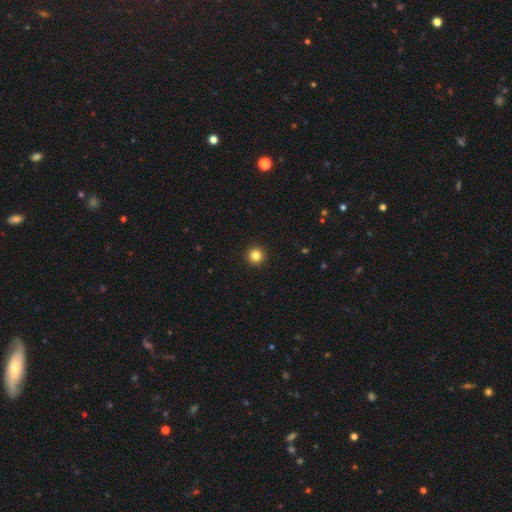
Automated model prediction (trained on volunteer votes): Smooth or featured: smooth — 83% (star or artifact — 12%)
How rounded: round — 96% (in between — 3%)
Merging: none — 94% (minor disturbance — 4%)